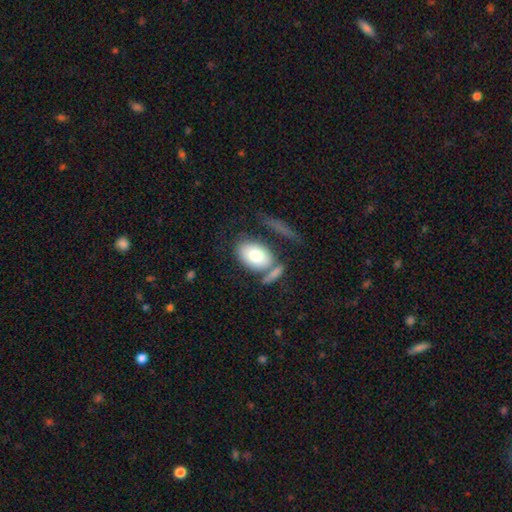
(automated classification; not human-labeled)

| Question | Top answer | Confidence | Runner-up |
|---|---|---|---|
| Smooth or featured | smooth | 75% | featured or disk (19%) |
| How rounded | in between | 84% | round (14%) |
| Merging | none | 50% | merger (23%) |